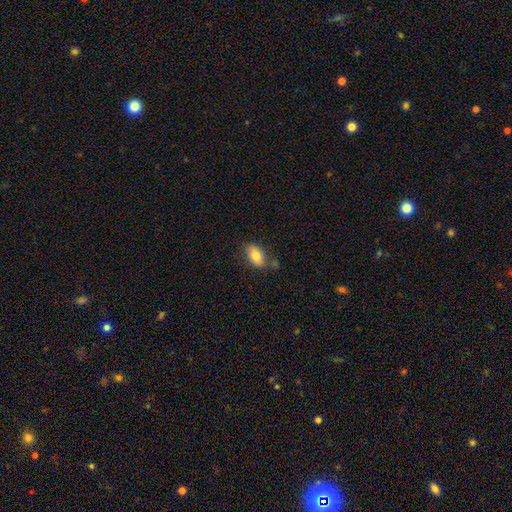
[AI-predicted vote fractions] Smooth or featured? smooth (81%)
How rounded? in between (90%)
Merging? none (70%)